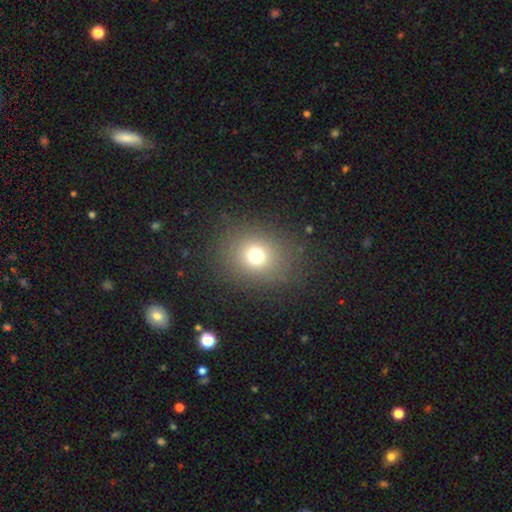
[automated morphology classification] Smooth or featured? Predicted: smooth (p=0.72). How rounded? Predicted: round (p=0.67). Merging? Predicted: none (p=0.85).